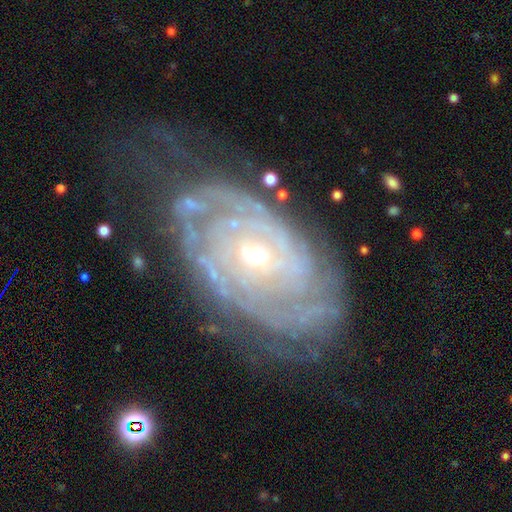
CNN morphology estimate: smooth-or-featured: featured or disk: 88% | smooth: 6% | star or artifact: 6%
  disk-edge-on: no: 95% | yes: 5%
    bar: no: 62% | weak: 29% | strong: 10%
    has-spiral-arms: yes: 96% | no: 4%
      spiral-winding: tight: 79% | medium: 17% | loose: 4%
      spiral-arm-count: can't tell: 38% | 2: 17% | 3: 14% | 4: 14% | more than 4: 10% | 1: 6%
    bulge-size: small: 60% | moderate: 37% | large: 1% | none: 1% | dominant: 1%
  merging: none: 62% | minor disturbance: 23% | major disturbance: 12% | merger: 2%